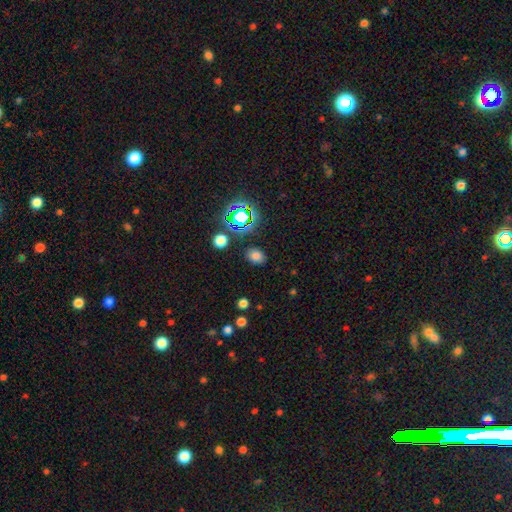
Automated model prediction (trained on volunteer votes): Smooth or featured?
  - smooth: 73% *
  - star or artifact: 21%
  - featured or disk: 6%
How rounded?
  - in between: 62% *
  - round: 37%
  - cigar-shaped: 1%
Merging?
  - none: 84% *
  - minor disturbance: 10%
  - major disturbance: 3%
  - merger: 2%